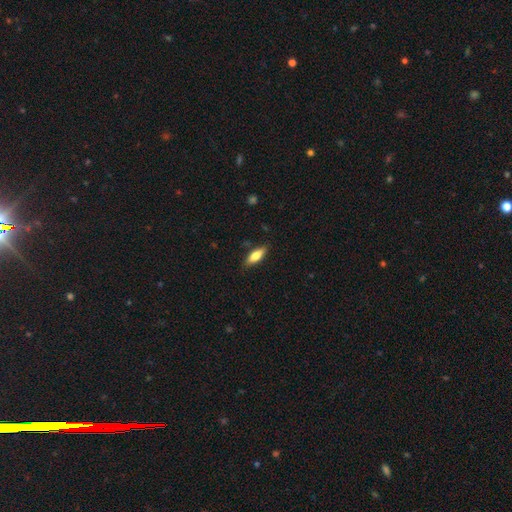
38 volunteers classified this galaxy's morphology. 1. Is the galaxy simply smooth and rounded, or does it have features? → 68% smooth, 26% featured or disk, 5% star or artifact.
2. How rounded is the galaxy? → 69% in between, 27% cigar-shaped, 4% round.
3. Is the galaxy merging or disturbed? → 94% none, 3% minor disturbance, 3% major disturbance, 0% merger.